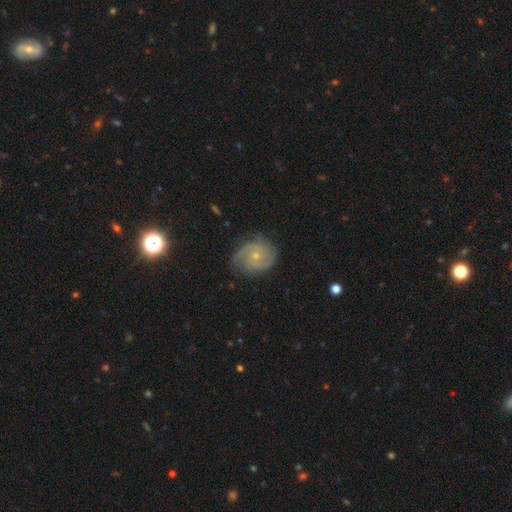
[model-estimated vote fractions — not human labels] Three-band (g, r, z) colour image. It shows a featured or disk galaxy (82%) with no bar (76%), 2 (46%) tight (50%) spiral arms (96%) and a small central bulge (71%). Merging: none (77%).